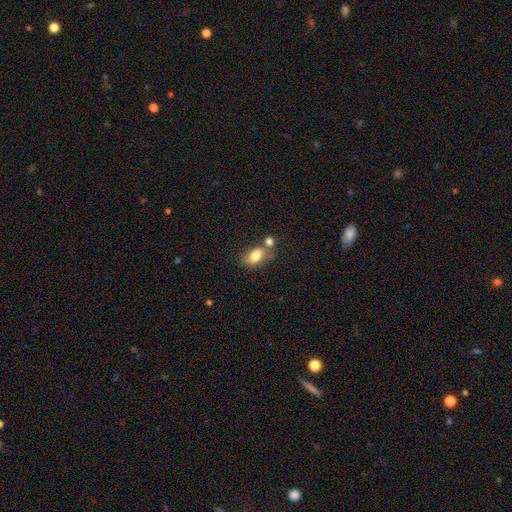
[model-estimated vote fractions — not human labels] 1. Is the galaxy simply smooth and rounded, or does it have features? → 77% smooth, 15% featured or disk, 9% star or artifact.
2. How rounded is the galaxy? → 84% in between, 12% round, 3% cigar-shaped.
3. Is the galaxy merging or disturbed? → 49% none, 27% merger, 17% minor disturbance, 6% major disturbance.